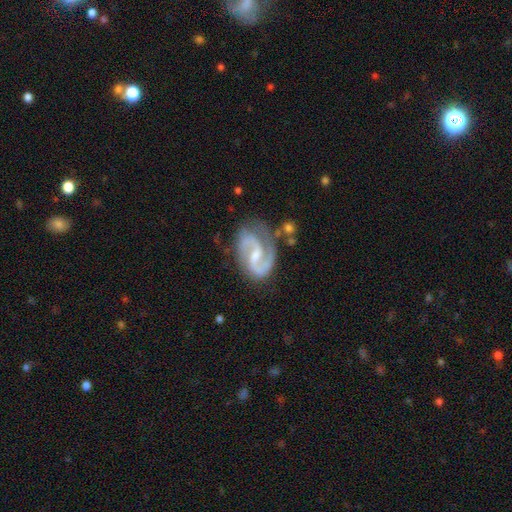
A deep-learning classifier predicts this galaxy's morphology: A featured or disk galaxy (92%) with a weak bar (51%), 2 (92%) medium (59%) spiral arms (98%) and a small central bulge (53%).

Vote fractions:
- Smooth or featured? featured or disk: 92% / star or artifact: 4% / smooth: 4%
- Edge-on disk? no: 98% / yes: 2%
- Bar? weak: 51% / no: 26% / strong: 23%
- Spiral arms? yes: 98% / no: 2%
- Spiral winding? medium: 59% / tight: 22% / loose: 19%
- Spiral arm count? 2: 92% / 1: 3% / can't tell: 2% / 3: 1% / 4: 1% / more than 4: 1%
- Bulge size? small: 53% / moderate: 38% / none: 7% / large: 2% / dominant: 1%
- Merging? none: 69% / minor disturbance: 20% / major disturbance: 7% / merger: 4%